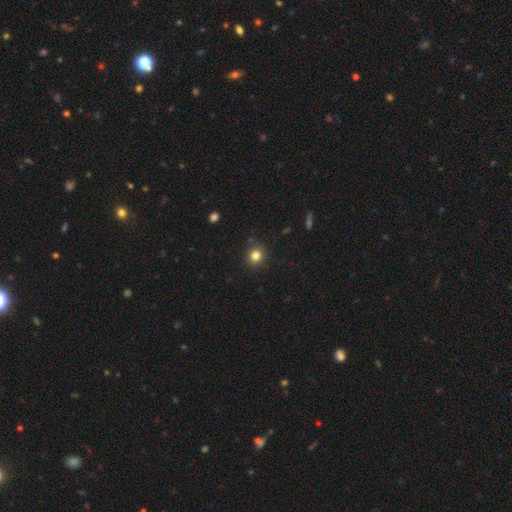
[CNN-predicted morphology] smooth 81%, star or artifact 13%, featured or disk 6%. Down the decision tree: how rounded — round (85%); merging — none (86%).